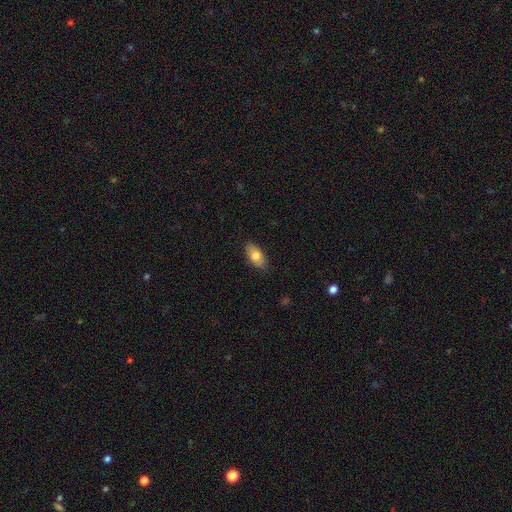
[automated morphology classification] smooth 79%, featured or disk 15%, star or artifact 7%. Down the decision tree: how rounded — in between (90%); merging — none (85%).